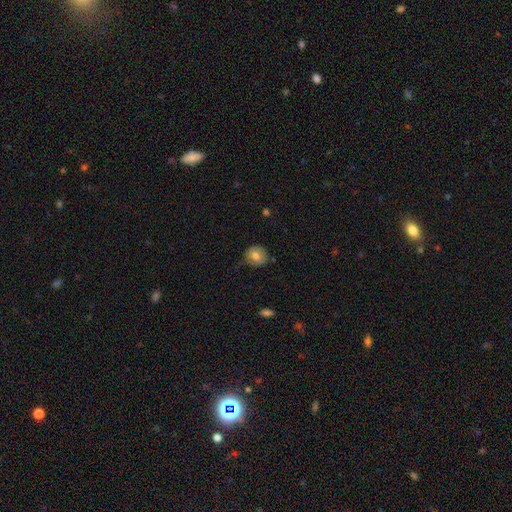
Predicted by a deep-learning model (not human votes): Smooth or featured? smooth (69%)
How rounded? round (77%)
Merging? none (73%)